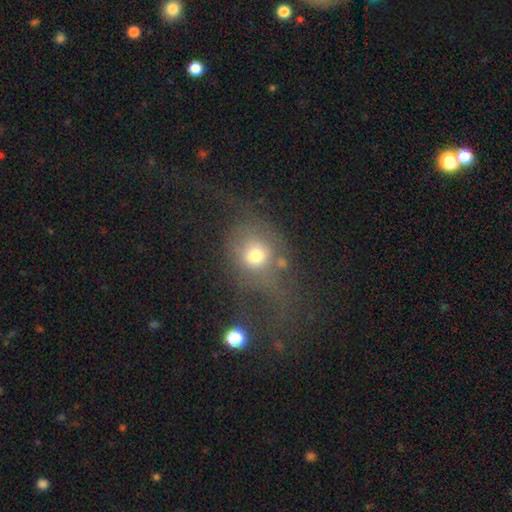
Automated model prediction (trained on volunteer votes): smooth 61%, featured or disk 23%, star or artifact 16%. Down the decision tree: how rounded — round (67%); merging — major disturbance (35%).